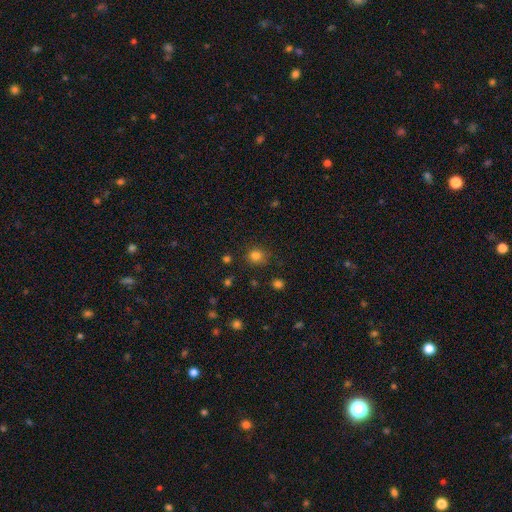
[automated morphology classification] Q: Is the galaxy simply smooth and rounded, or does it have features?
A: smooth — 80%.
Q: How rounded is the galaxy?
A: round — 81%.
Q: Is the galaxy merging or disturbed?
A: none — 79%.